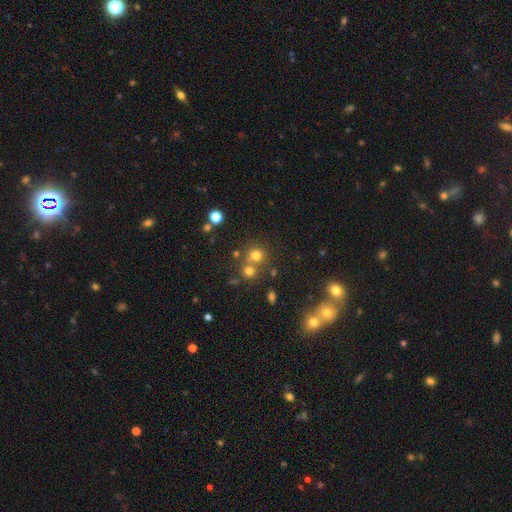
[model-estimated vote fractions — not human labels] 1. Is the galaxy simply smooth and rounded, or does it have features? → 71% smooth, 20% star or artifact, 9% featured or disk.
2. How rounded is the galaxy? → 86% round, 13% in between, 1% cigar-shaped.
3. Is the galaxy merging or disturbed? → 58% none, 31% merger, 8% minor disturbance, 3% major disturbance.